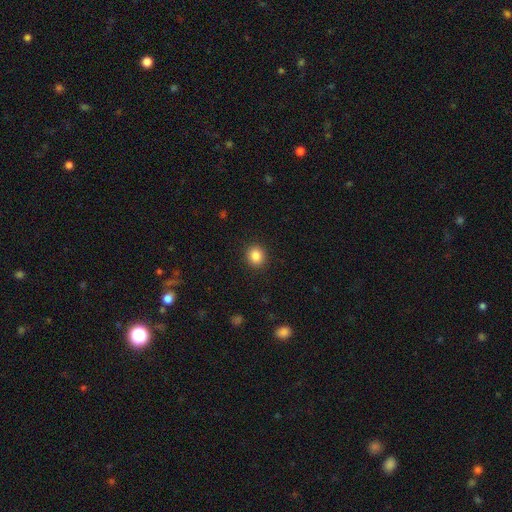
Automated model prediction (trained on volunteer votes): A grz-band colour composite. It shows a smooth galaxy with no disk features (86%) that is round (80%). Merging: none (91%).